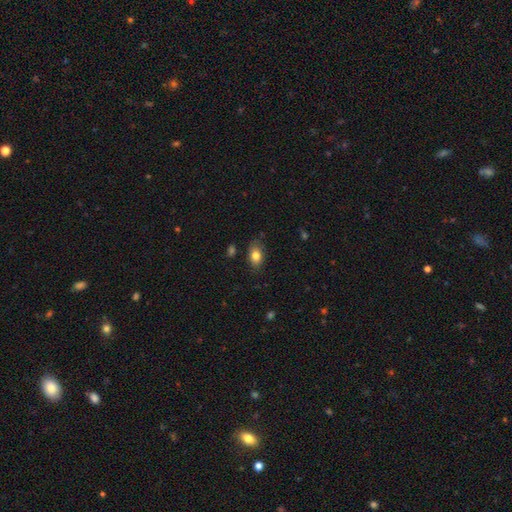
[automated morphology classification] Q: Smooth or featured?
A: smooth (81%); runner-up: featured or disk (10%)
Q: How rounded?
A: in between (86%); runner-up: round (12%)
Q: Merging?
A: none (78%); runner-up: minor disturbance (17%)